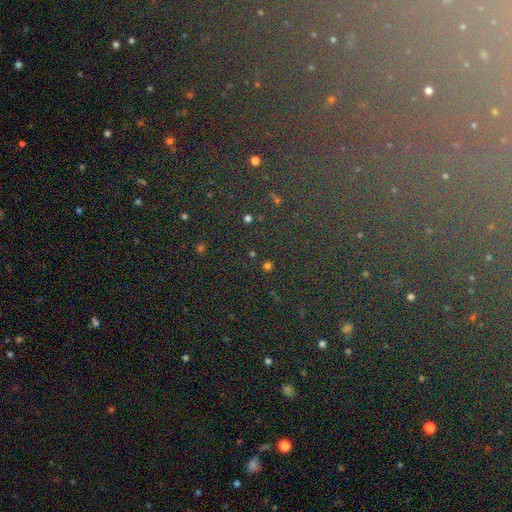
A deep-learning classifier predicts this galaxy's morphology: A star or artifact, not a galaxy (78%).

Vote fractions:
- Smooth or featured? star or artifact: 78% / smooth: 12% / featured or disk: 10%